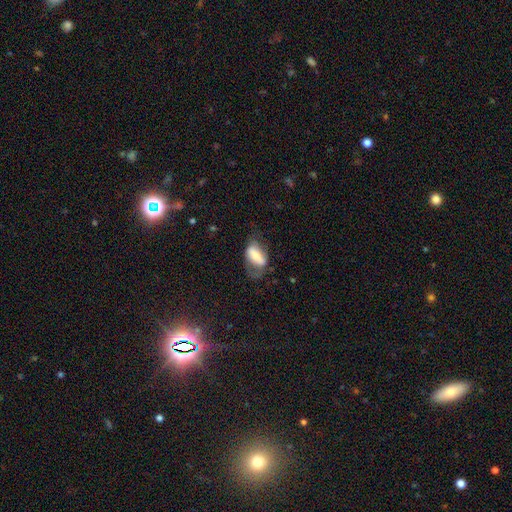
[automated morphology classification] Smooth or featured: smooth — 54% (featured or disk — 38%)
How rounded: in between — 86% (cigar-shaped — 9%)
Merging: none — 39% (major disturbance — 30%)